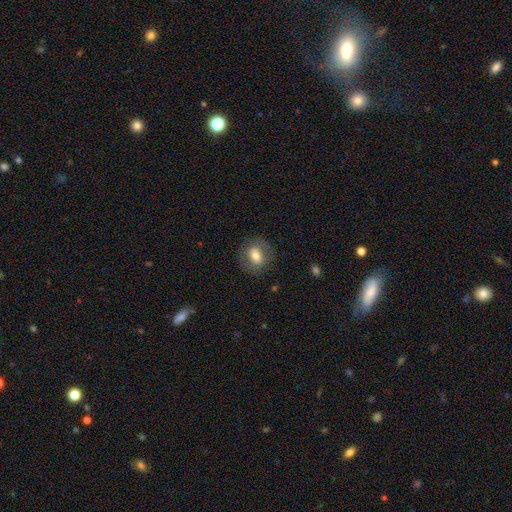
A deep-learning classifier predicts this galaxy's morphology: type=smooth (64%); roundness=round (53%); merging=none (81%).